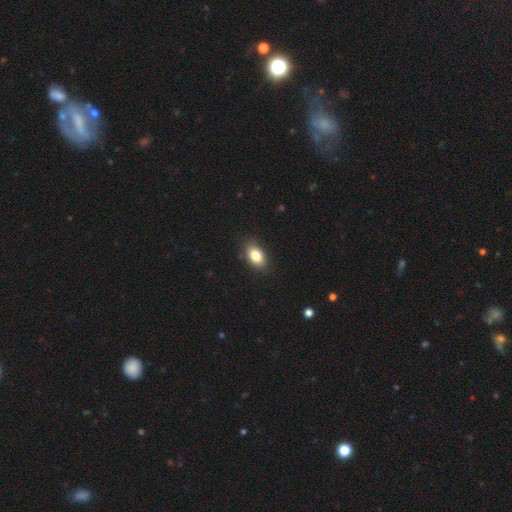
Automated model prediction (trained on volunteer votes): Smooth or featured?
  - smooth: 83% *
  - featured or disk: 9%
  - star or artifact: 8%
How rounded?
  - in between: 87% *
  - round: 11%
  - cigar-shaped: 2%
Merging?
  - none: 85% *
  - minor disturbance: 11%
  - major disturbance: 2%
  - merger: 1%